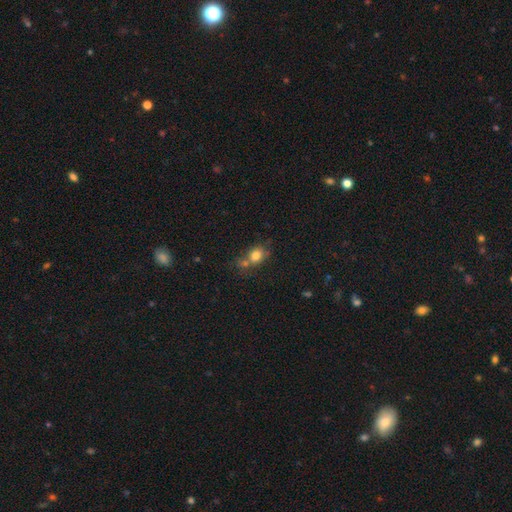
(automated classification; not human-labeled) The model was most divided on "how rounded": round: 53%, in between: 45%, cigar-shaped: 2%. Remaining: smooth or featured — smooth (78%); merging — none (44%).